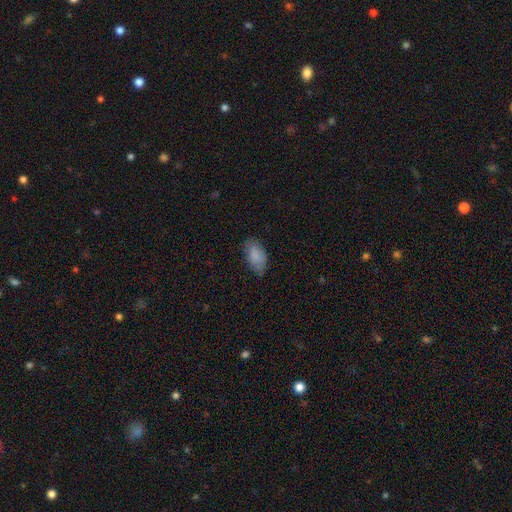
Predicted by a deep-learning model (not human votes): smooth 85%, featured or disk 8%, star or artifact 7%. Down the decision tree: how rounded — in between (94%); merging — none (69%).